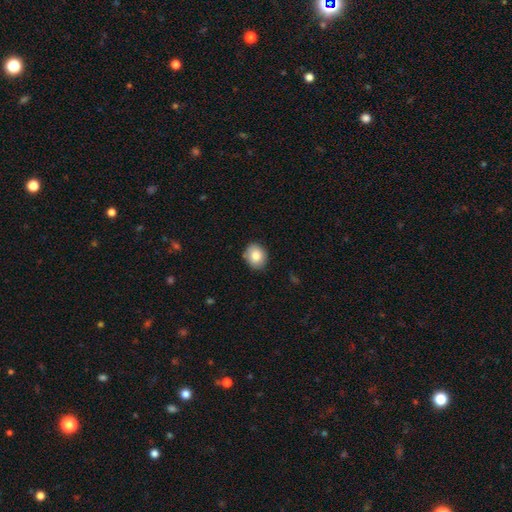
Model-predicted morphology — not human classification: type=smooth (84%); roundness=round (58%); merging=none (85%).